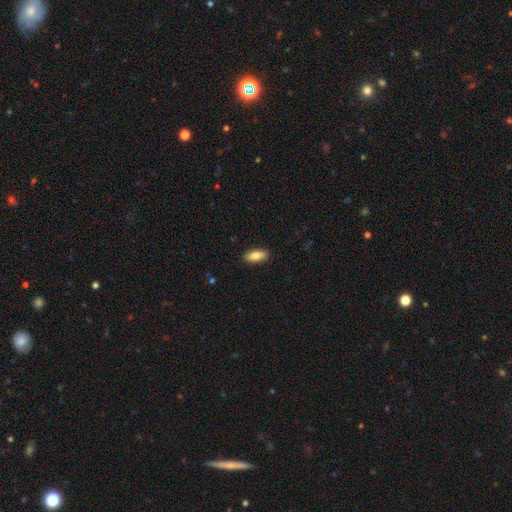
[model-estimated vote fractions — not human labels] This appears to be a smooth galaxy with no disk features (81%) that is in between round and cigar-shaped (80%). Merging: none (89%).